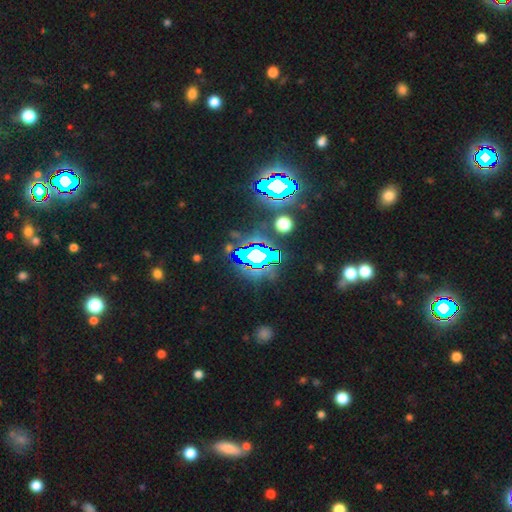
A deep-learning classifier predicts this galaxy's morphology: This is clearly a star or artifact rather than a galaxy (83%).